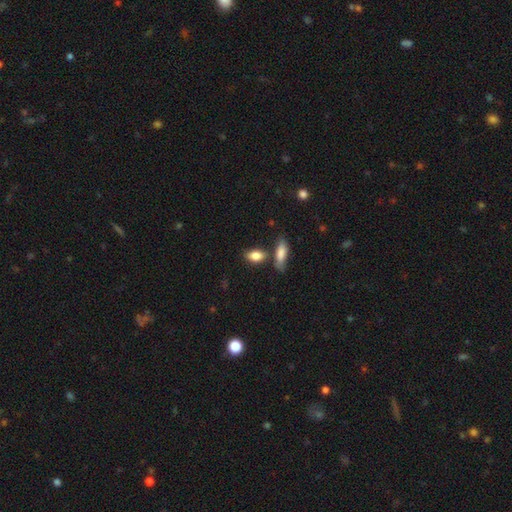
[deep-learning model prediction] Morphology: type=smooth (83%); roundness=in between (84%); merging=none (62%).